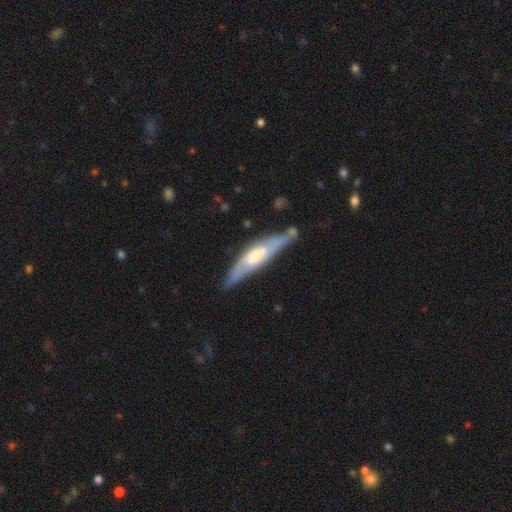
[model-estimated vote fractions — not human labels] smooth_or_featured: featured or disk (p=0.65) [alt: smooth p=0.29]
disk_edge_on: yes (p=0.66) [alt: no p=0.34]
merging: none (p=0.67) [alt: minor disturbance p=0.21]